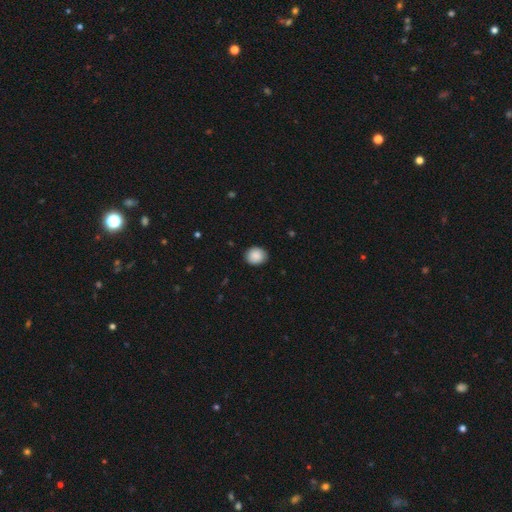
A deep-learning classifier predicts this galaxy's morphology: smooth_or_featured: smooth (p=0.89) [alt: star or artifact p=0.08]
how_rounded: round (p=0.73) [alt: in between p=0.26]
merging: none (p=0.87) [alt: minor disturbance p=0.10]